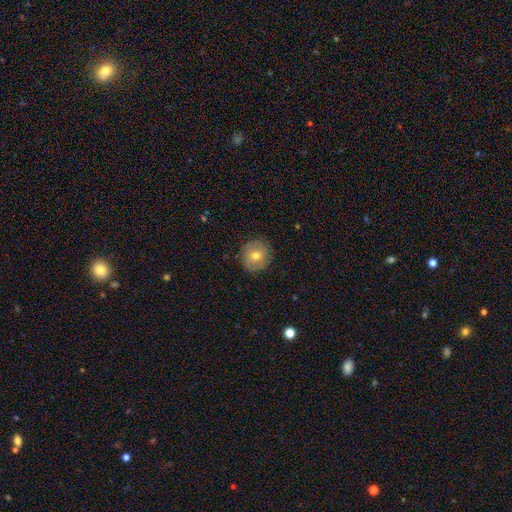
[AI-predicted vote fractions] The model was most divided on "smooth or featured": smooth: 60%, featured or disk: 31%, star or artifact: 9%. More confident: how rounded — round (90%); merging — none (85%).